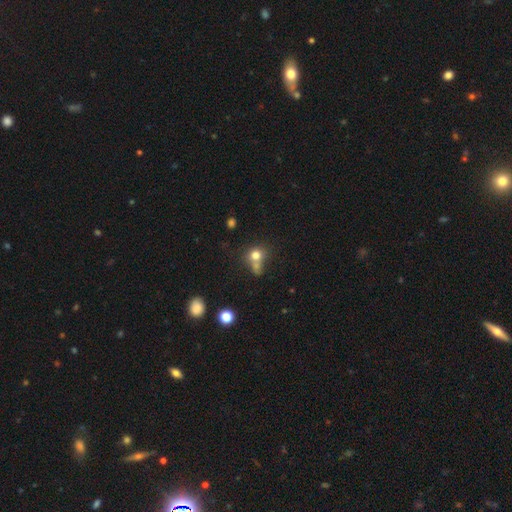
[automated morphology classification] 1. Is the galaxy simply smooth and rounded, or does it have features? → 75% smooth, 14% star or artifact, 12% featured or disk.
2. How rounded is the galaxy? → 77% round, 22% in between, 1% cigar-shaped.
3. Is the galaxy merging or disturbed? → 42% none, 35% merger, 14% minor disturbance, 10% major disturbance.